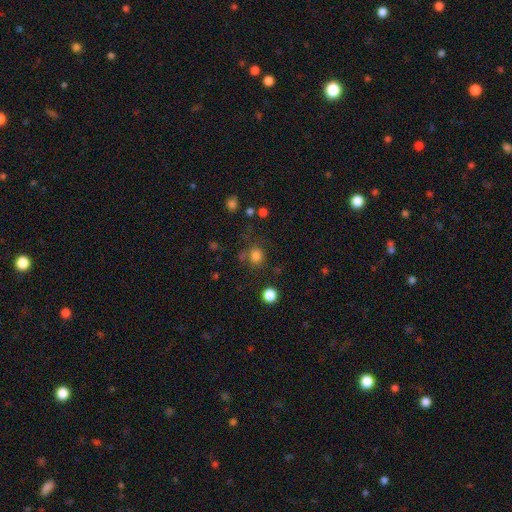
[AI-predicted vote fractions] smooth 79%, star or artifact 16%, featured or disk 6%. Down the decision tree: how rounded — round (82%); merging — none (71%).